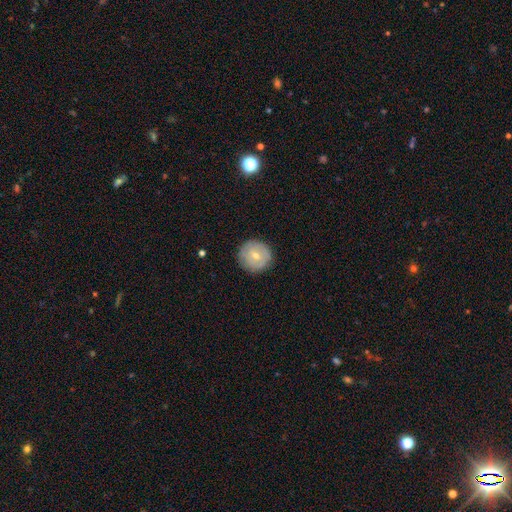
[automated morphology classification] type=smooth (58%); roundness=round (94%); merging=none (87%).